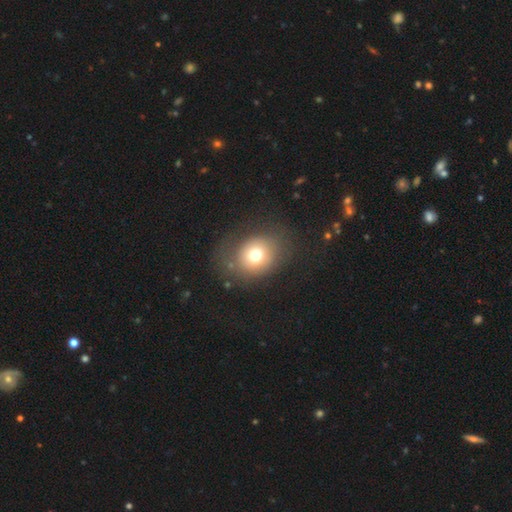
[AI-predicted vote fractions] A smooth galaxy with no disk features (71%) that is round (59%). Merging: none (67%).